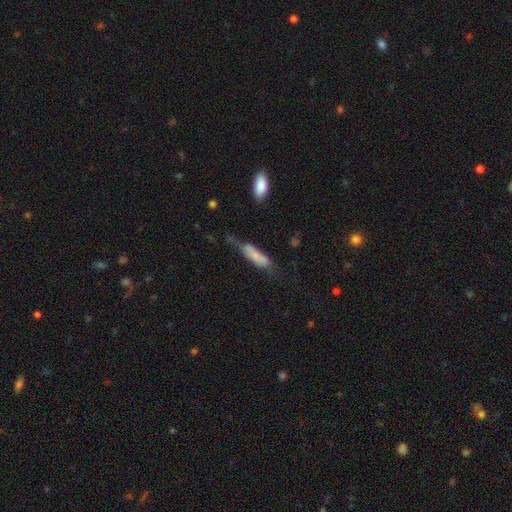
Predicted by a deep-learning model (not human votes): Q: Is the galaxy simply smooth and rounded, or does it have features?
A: smooth — 70%.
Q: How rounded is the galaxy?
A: cigar-shaped — 60%.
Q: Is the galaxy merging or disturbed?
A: none — 34%.